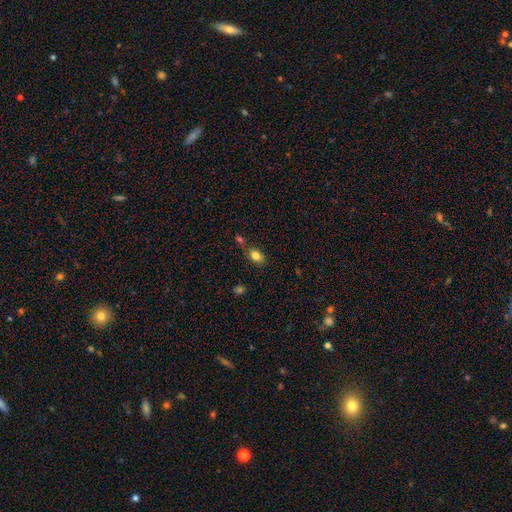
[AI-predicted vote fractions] This appears to be a smooth galaxy with no disk features (81%) that is in between round and cigar-shaped (74%). Merging: none (62%).